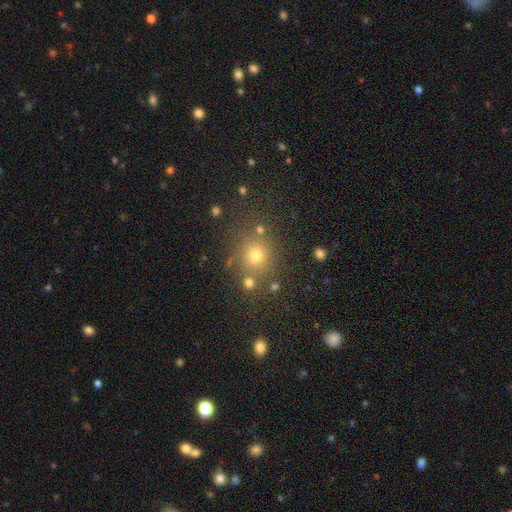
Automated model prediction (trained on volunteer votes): A smooth galaxy with no disk features (69%) that is round (85%).

Vote fractions:
- Smooth or featured? smooth: 69% / star or artifact: 22% / featured or disk: 9%
- How rounded? round: 85% / in between: 14% / cigar-shaped: 1%
- Merging? none: 78% / minor disturbance: 10% / merger: 8% / major disturbance: 4%